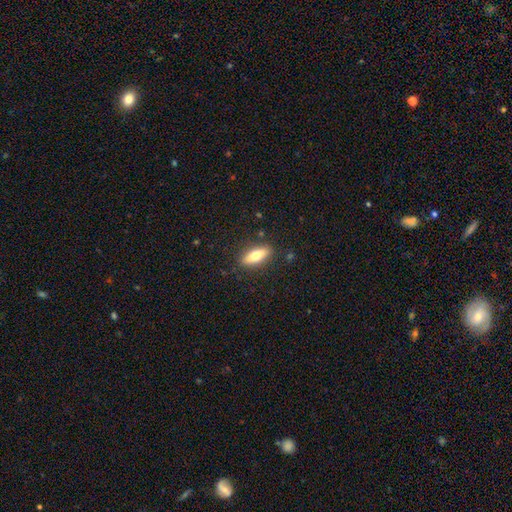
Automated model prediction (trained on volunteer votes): smooth-or-featured: smooth: 67% | featured or disk: 26% | star or artifact: 7%
  how-rounded: in between: 62% | cigar-shaped: 36% | round: 3%
  merging: none: 87% | minor disturbance: 10% | major disturbance: 2% | merger: 1%